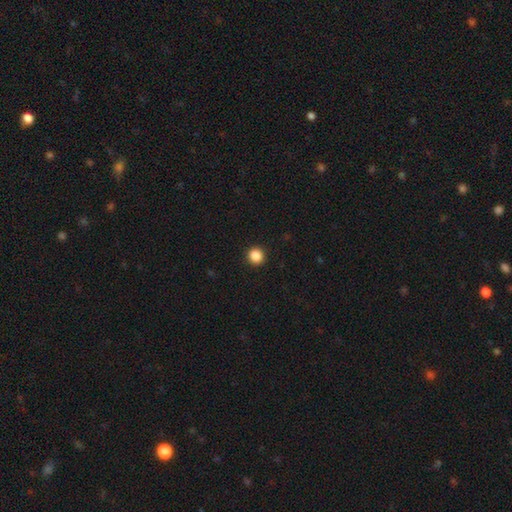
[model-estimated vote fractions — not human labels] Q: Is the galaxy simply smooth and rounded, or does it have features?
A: smooth — 87%.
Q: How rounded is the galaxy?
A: round — 92%.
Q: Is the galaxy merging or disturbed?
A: none — 93%.